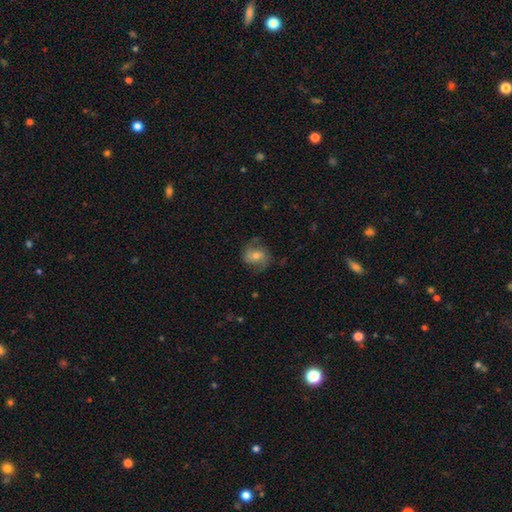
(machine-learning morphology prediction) smooth_or_featured: featured or disk (p=0.57) [alt: smooth p=0.33]
disk_edge_on: no (p=0.97) [alt: yes p=0.03]
bar: no (p=0.56) [alt: weak p=0.33]
has_spiral_arms: yes (p=0.87) [alt: no p=0.13]
bulge_size: moderate (p=0.54) [alt: small p=0.38]
merging: none (p=0.72) [alt: minor disturbance p=0.18]